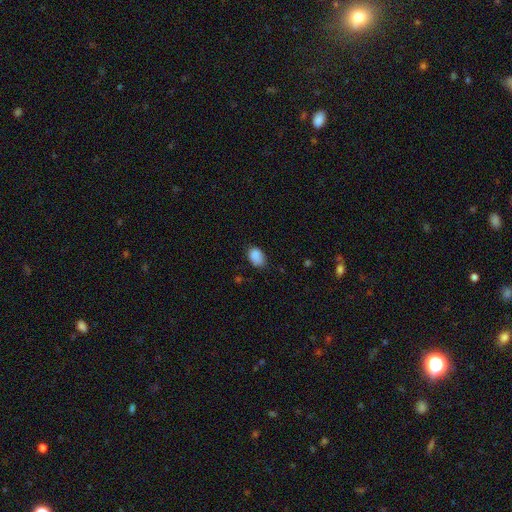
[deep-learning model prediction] smooth_or_featured: smooth (p=0.87) [alt: star or artifact p=0.09]
how_rounded: in between (p=0.83) [alt: round p=0.16]
merging: none (p=0.66) [alt: minor disturbance p=0.28]